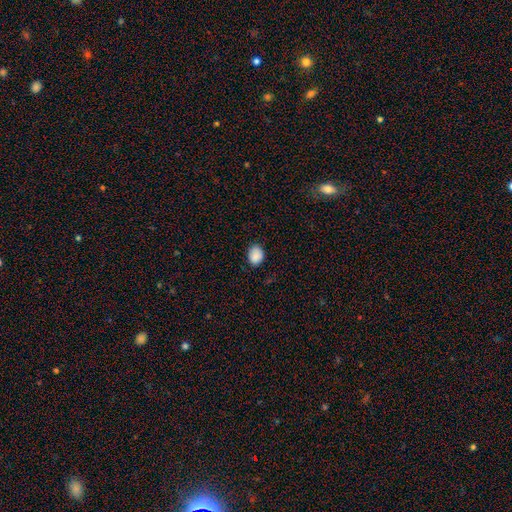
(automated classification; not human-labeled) Overall: smooth (89%). How rounded: in between (55%; round 44%). Merging: none (80%).